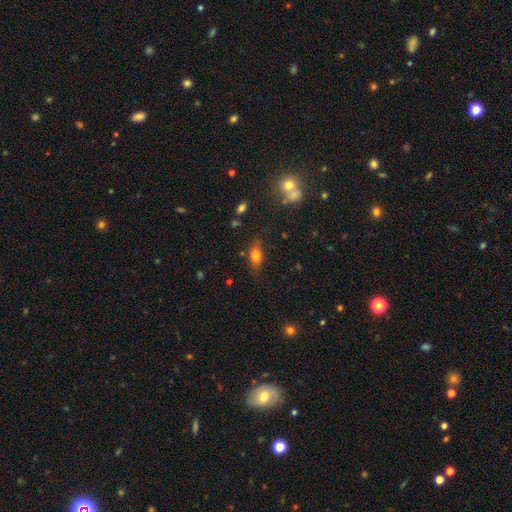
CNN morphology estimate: Q: Smooth or featured?
A: smooth (74%); runner-up: featured or disk (15%)
Q: How rounded?
A: in between (79%); runner-up: round (11%)
Q: Merging?
A: none (75%); runner-up: minor disturbance (17%)